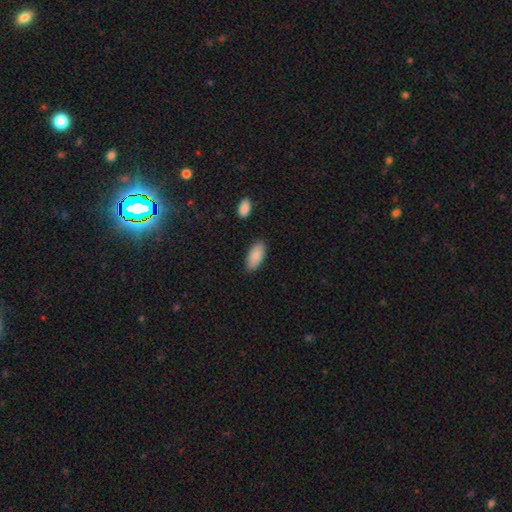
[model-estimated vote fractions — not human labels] Overall: smooth (89%). How rounded: in between (91%). Merging: none (86%).